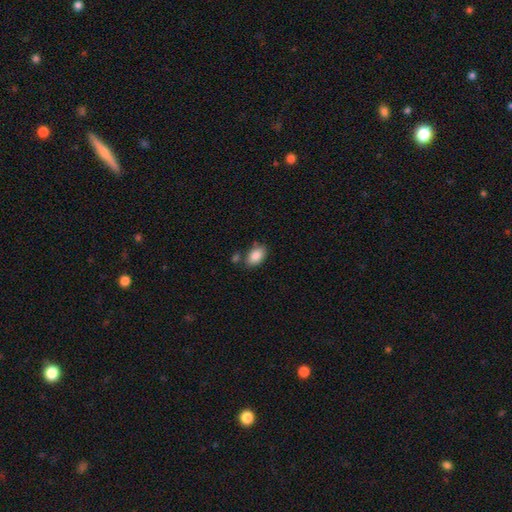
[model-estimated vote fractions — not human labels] Overall: smooth (88%). How rounded: in between (91%). Merging: none (72%).